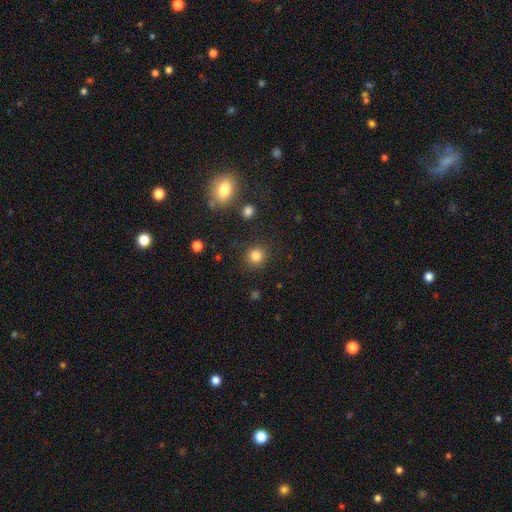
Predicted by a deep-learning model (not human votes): smooth 83%, star or artifact 12%, featured or disk 5%. Down the decision tree: how rounded — round (91%); merging — none (88%).